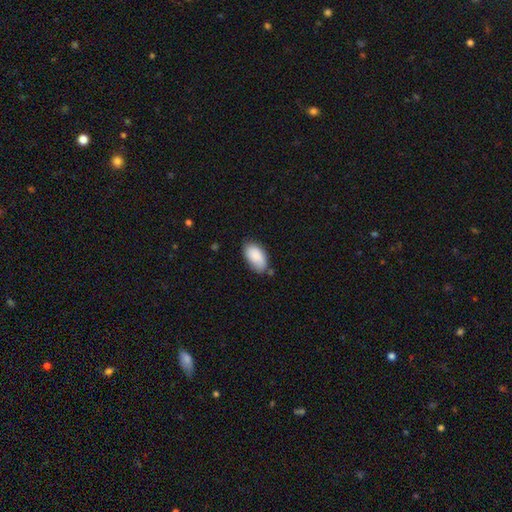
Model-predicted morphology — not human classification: A smooth galaxy with no disk features (88%) that is in between round and cigar-shaped (95%). Merging: none (68%).